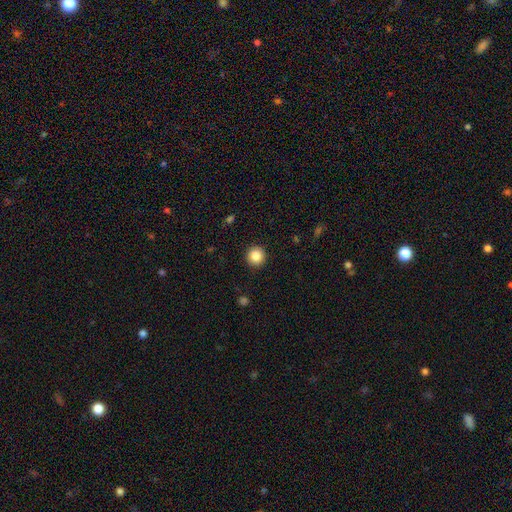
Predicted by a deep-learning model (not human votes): This is clearly a smooth galaxy (86%). How rounded: clearly round (95%). Merging: clearly none (92%).